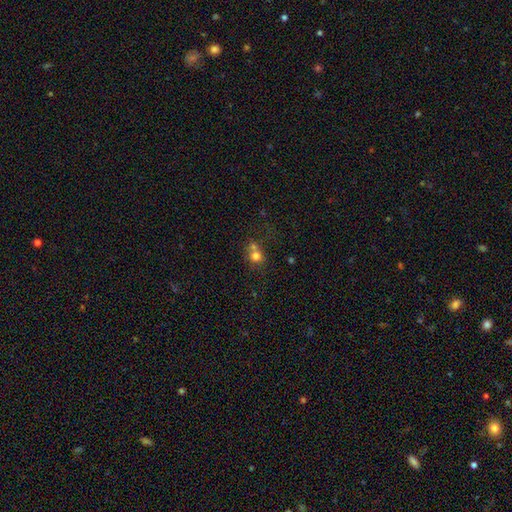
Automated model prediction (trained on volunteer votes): smooth 75%, star or artifact 13%, featured or disk 12%. Down the decision tree: how rounded — round (81%); merging — merger (45%).